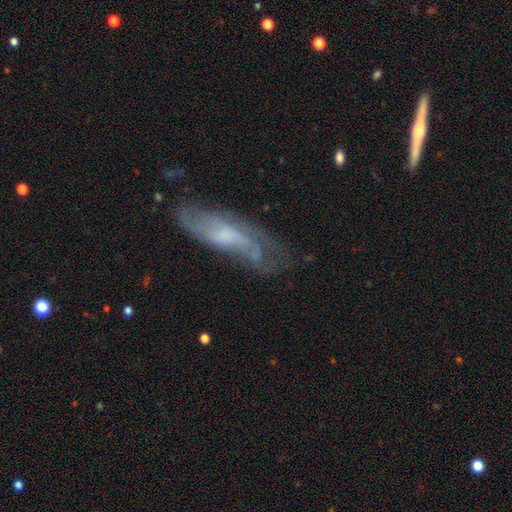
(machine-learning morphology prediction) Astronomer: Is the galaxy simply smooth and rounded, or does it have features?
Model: featured or disk — 65%.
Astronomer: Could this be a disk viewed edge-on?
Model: no — 80%.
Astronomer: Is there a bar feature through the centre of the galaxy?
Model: no — 57% (runner-up: weak, 35%).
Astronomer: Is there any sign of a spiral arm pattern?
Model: yes — 83%.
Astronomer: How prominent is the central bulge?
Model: small — 35% (runner-up: none, 28%).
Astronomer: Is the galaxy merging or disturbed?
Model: none — 54%.